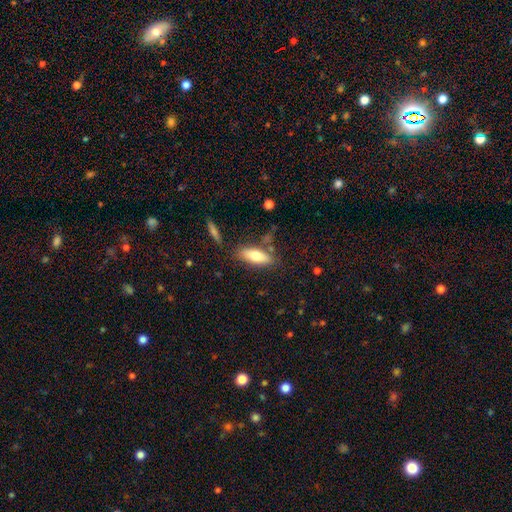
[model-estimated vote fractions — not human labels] A smooth galaxy with no disk features (72%) that is in between round and cigar-shaped (66%). Merging: none (76%).